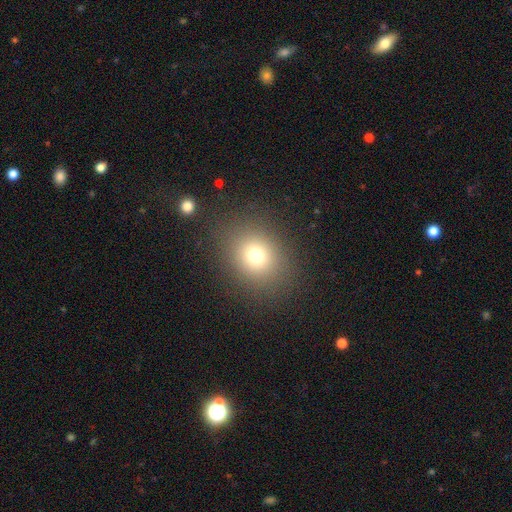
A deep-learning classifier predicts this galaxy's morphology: Q: Smooth or featured?
A: smooth (72%); runner-up: star or artifact (17%)
Q: How rounded?
A: round (68%); runner-up: in between (31%)
Q: Merging?
A: none (85%); runner-up: minor disturbance (8%)